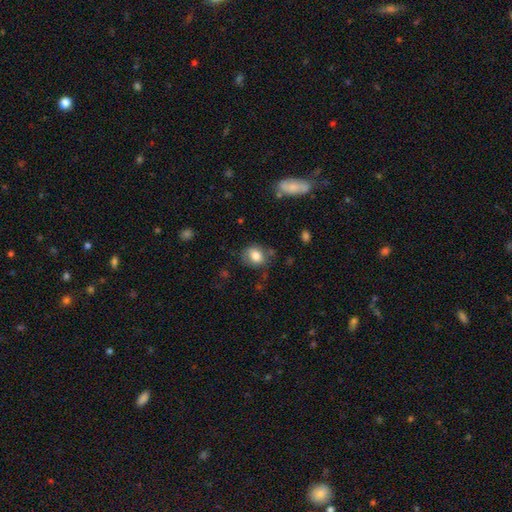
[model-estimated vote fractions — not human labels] This appears to be a smooth galaxy with no disk features (80%) that is round (58%). Merging: none (67%).